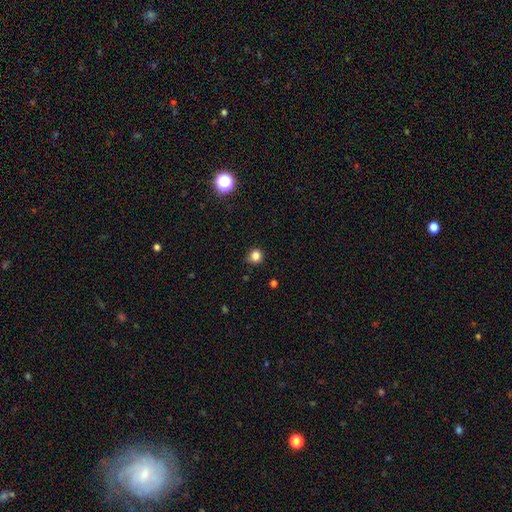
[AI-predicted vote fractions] Smooth or featured: smooth — 82% (star or artifact — 13%)
How rounded: round — 90% (in between — 9%)
Merging: none — 86% (minor disturbance — 10%)